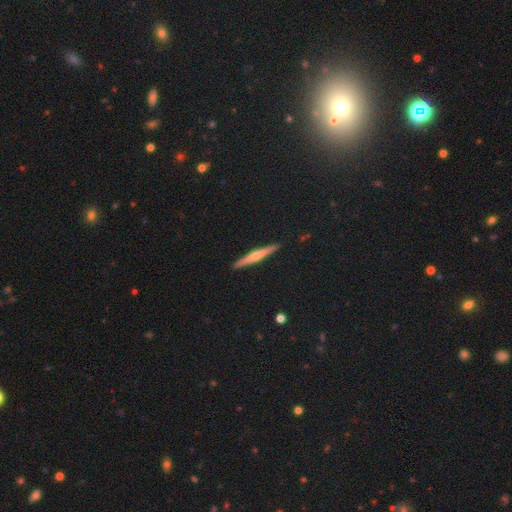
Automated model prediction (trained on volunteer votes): A featured or disk galaxy (59%) viewed edge-on (97%) with a rounded central bulge (78%).

Vote fractions:
- Smooth or featured? featured or disk: 59% / smooth: 35% / star or artifact: 6%
- Edge-on disk? yes: 97% / no: 3%
- Edge-on bulge? rounded: 78% / none: 18% / boxy: 5%
- Merging? none: 92% / minor disturbance: 6% / major disturbance: 1% / merger: 1%